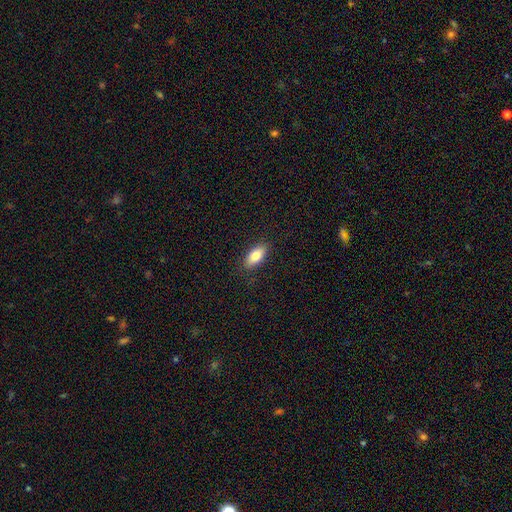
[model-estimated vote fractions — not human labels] Morphology: type=smooth (81%); roundness=in between (87%); merging=none (88%).